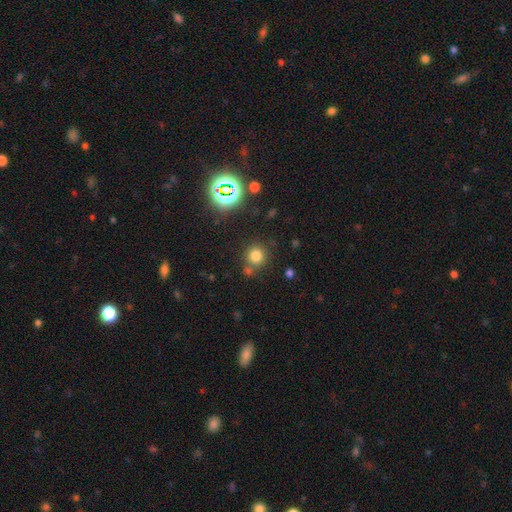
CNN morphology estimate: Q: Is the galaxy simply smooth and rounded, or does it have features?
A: smooth — 76%.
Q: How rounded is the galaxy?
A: round — 91%.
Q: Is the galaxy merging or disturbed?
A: none — 73%.